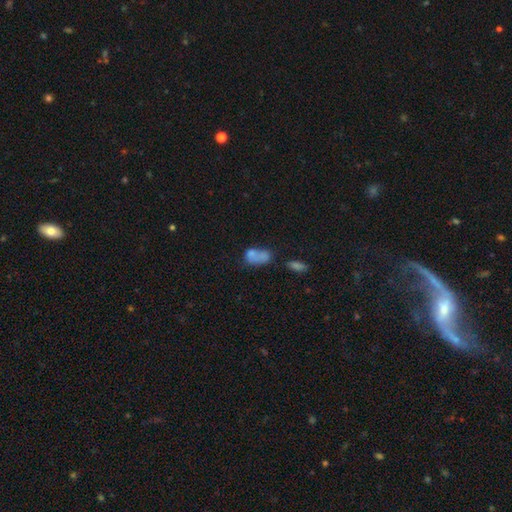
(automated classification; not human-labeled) A smooth galaxy with no disk features (70%) that is in between round and cigar-shaped (82%). Merging: merger (49%).